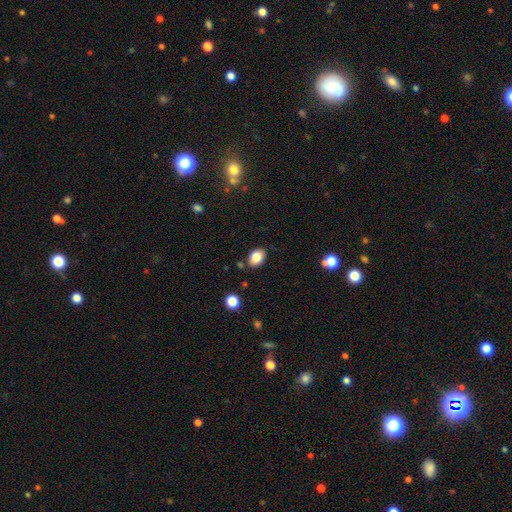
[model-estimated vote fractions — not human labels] smooth-or-featured: smooth: 83% | star or artifact: 9% | featured or disk: 7%
  how-rounded: in between: 70% | round: 29% | cigar-shaped: 1%
  merging: none: 82% | minor disturbance: 11% | merger: 4% | major disturbance: 2%